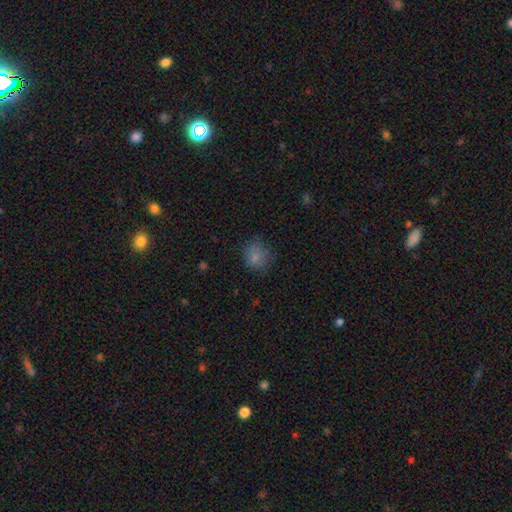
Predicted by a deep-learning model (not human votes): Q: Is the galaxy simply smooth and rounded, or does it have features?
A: smooth — 79%.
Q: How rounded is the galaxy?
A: round — 74%.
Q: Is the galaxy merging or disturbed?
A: none — 74%.